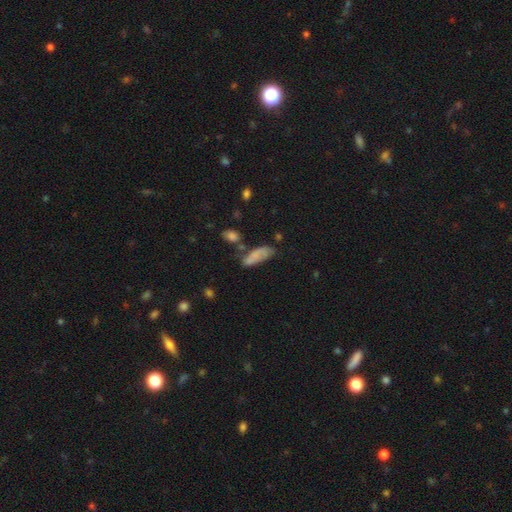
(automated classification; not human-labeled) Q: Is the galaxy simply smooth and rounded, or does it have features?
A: smooth — 76%.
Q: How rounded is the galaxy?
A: in between — 67%.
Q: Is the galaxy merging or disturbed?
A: none — 45%.